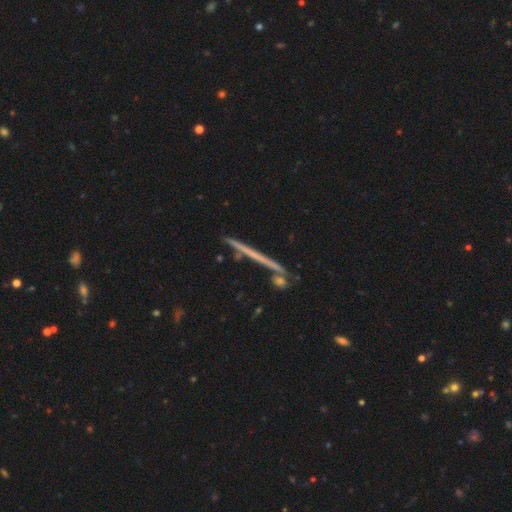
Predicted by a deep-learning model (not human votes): This appears to be a featured or disk galaxy (62%) viewed edge-on (96%) with no central bulge (81%). Merging: none (80%).